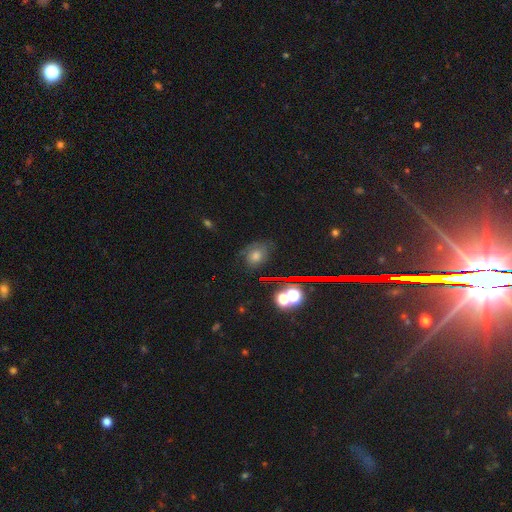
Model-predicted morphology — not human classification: Smooth or featured: smooth — 40% (featured or disk — 32%)
Merging: none — 63% (minor disturbance — 21%)